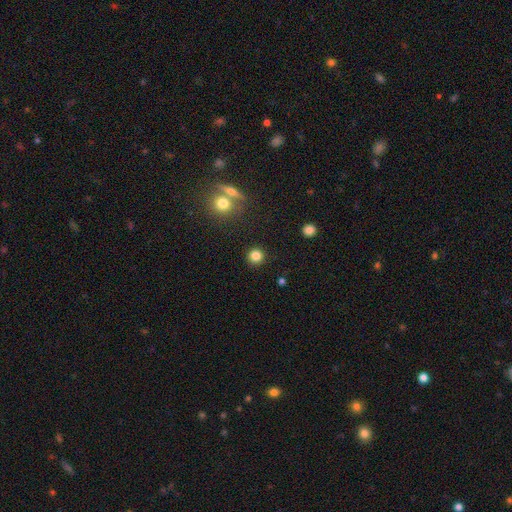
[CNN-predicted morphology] smooth-or-featured: smooth: 83% | star or artifact: 12% | featured or disk: 4%
  how-rounded: round: 94% | in between: 5% | cigar-shaped: 1%
  merging: none: 90% | minor disturbance: 5% | merger: 2% | major disturbance: 2%